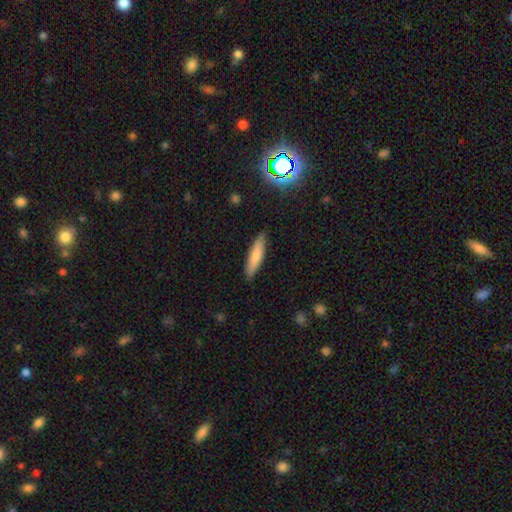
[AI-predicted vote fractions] Q: Smooth or featured?
A: smooth (76%); runner-up: featured or disk (18%)
Q: How rounded?
A: cigar-shaped (81%); runner-up: in between (18%)
Q: Merging?
A: none (87%); runner-up: minor disturbance (10%)